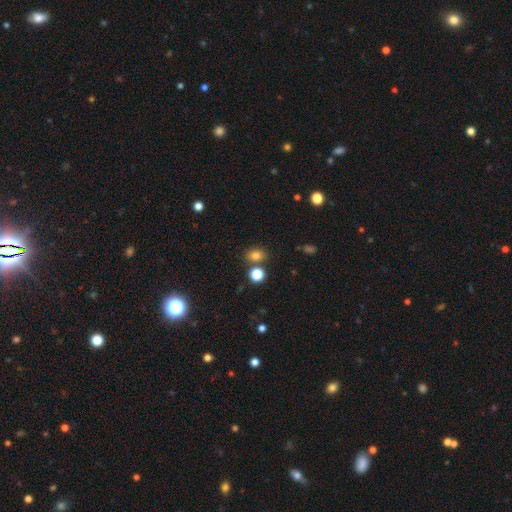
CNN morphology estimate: smooth-or-featured: smooth: 78% | star or artifact: 15% | featured or disk: 7%
  how-rounded: round: 55% | in between: 44% | cigar-shaped: 1%
  merging: none: 75% | merger: 12% | minor disturbance: 10% | major disturbance: 3%